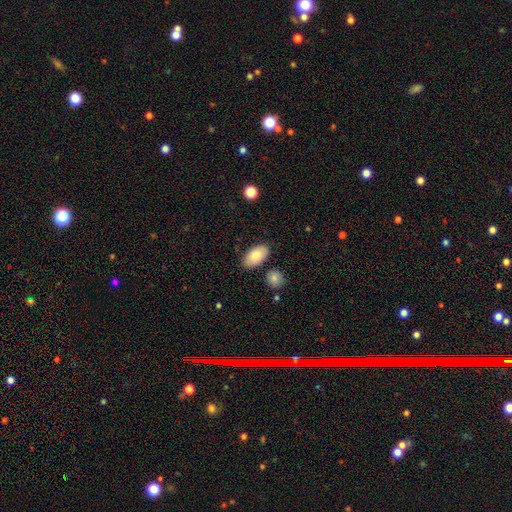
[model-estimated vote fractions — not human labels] A smooth galaxy with no disk features (78%) that is in between round and cigar-shaped (94%).

Vote fractions:
- Smooth or featured? smooth: 78% / featured or disk: 16% / star or artifact: 6%
- How rounded? in between: 94% / round: 4% / cigar-shaped: 2%
- Merging? none: 83% / minor disturbance: 10% / merger: 5% / major disturbance: 2%